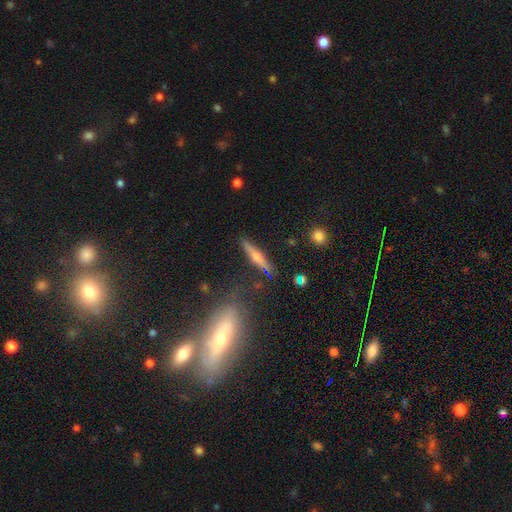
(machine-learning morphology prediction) A featured or disk galaxy (58%) viewed edge-on (94%) with a rounded central bulge (85%).

Vote fractions:
- Smooth or featured? featured or disk: 58% / smooth: 33% / star or artifact: 9%
- Edge-on disk? yes: 94% / no: 6%
- Edge-on bulge? rounded: 85% / none: 8% / boxy: 6%
- Merging? none: 82% / minor disturbance: 11% / merger: 4% / major disturbance: 3%